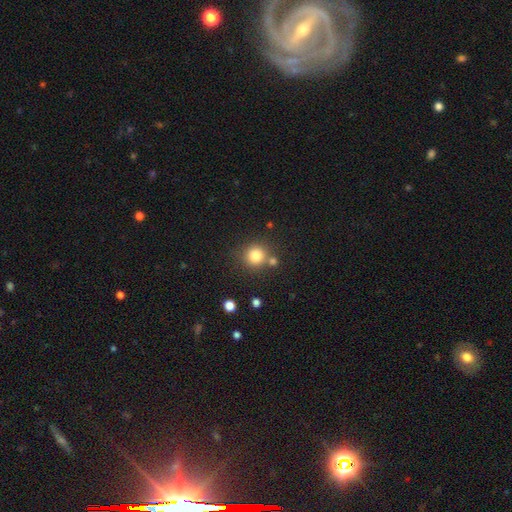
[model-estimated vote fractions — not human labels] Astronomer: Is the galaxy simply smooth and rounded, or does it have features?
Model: smooth — 81%.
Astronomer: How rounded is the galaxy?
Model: round — 92%.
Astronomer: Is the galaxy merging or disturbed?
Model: none — 73%.